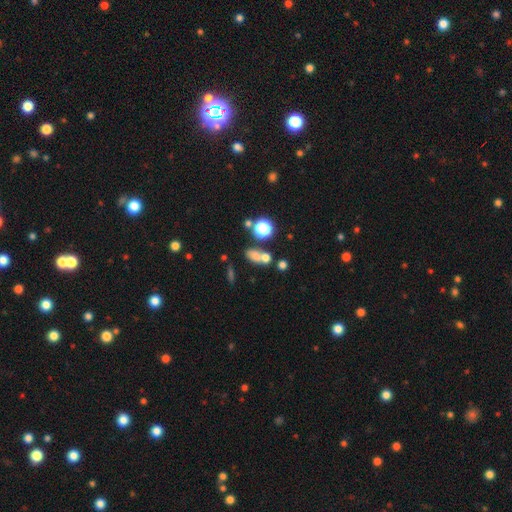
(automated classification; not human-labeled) The model was most divided on "merging": none: 45%, merger: 37%, minor disturbance: 11%, major disturbance: 7%. More confident: smooth or featured — smooth (64%); how rounded — in between (56%).